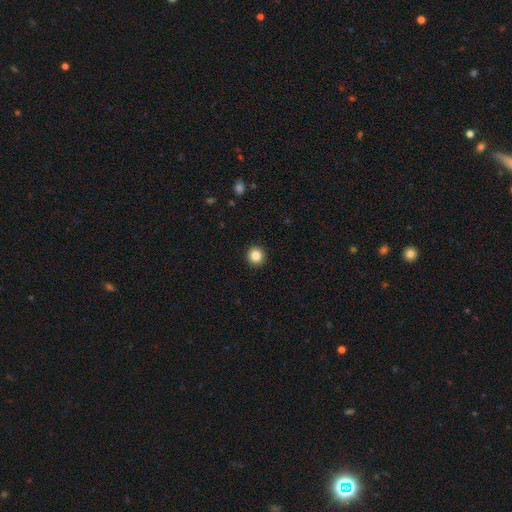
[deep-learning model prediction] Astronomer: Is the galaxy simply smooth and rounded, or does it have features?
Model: smooth — 85%.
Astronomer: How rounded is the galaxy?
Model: round — 94%.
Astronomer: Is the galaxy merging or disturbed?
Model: none — 93%.